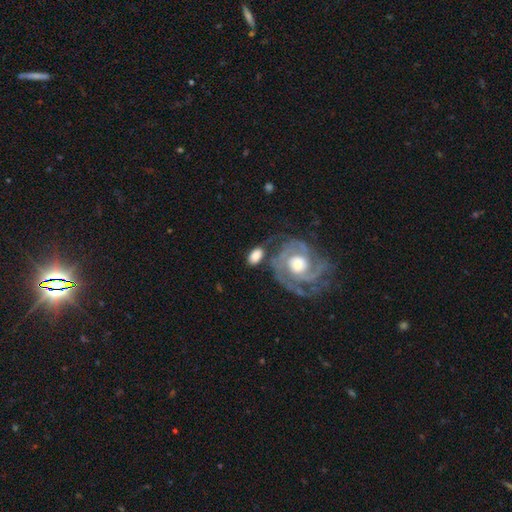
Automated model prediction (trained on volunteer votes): smooth-or-featured: smooth: 59% | featured or disk: 34% | star or artifact: 7%
  how-rounded: in between: 84% | round: 12% | cigar-shaped: 3%
  merging: none: 50% | merger: 20% | minor disturbance: 19% | major disturbance: 12%